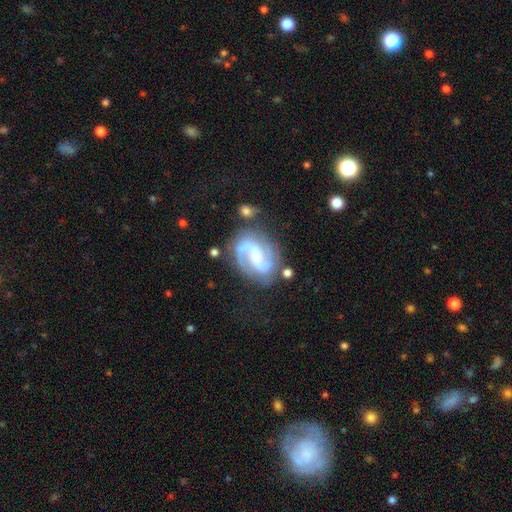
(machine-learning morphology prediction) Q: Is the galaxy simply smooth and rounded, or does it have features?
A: featured or disk — 90%.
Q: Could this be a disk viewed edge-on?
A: no — 98%.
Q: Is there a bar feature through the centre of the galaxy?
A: weak — 45%.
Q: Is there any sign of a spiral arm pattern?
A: yes — 98%.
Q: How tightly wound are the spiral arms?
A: medium — 56%.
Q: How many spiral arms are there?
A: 2 — 89%.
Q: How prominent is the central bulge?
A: moderate — 46%.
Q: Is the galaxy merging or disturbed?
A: none — 73%.